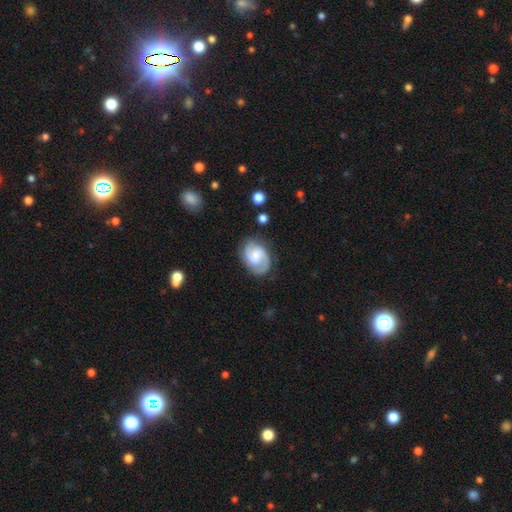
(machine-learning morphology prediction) Smooth or featured: featured or disk — 77% (smooth — 17%)
Edge-on disk: no — 98% (yes — 2%)
Bar: no — 50% (weak — 43%)
Spiral arms: yes — 96% (no — 4%)
Spiral winding: medium — 50% (tight — 35%)
Spiral arm count: 2 — 85% (can't tell — 6%)
Bulge size: small — 45% (moderate — 38%)
Merging: none — 78% (minor disturbance — 15%)